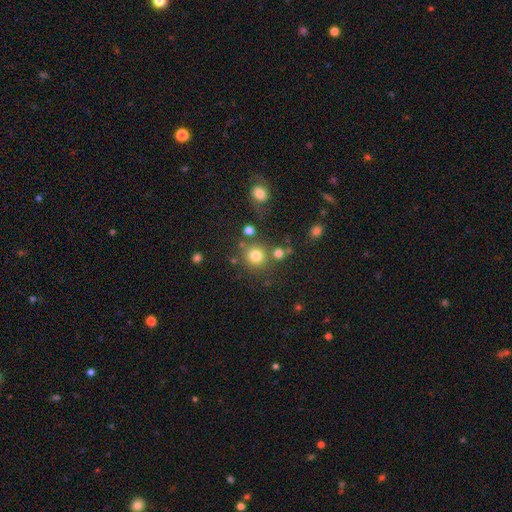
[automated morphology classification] Smooth or featured?
  - smooth: 78% *
  - star or artifact: 14%
  - featured or disk: 7%
How rounded?
  - round: 90% *
  - in between: 9%
  - cigar-shaped: 1%
Merging?
  - none: 75% *
  - merger: 11%
  - minor disturbance: 9%
  - major disturbance: 5%